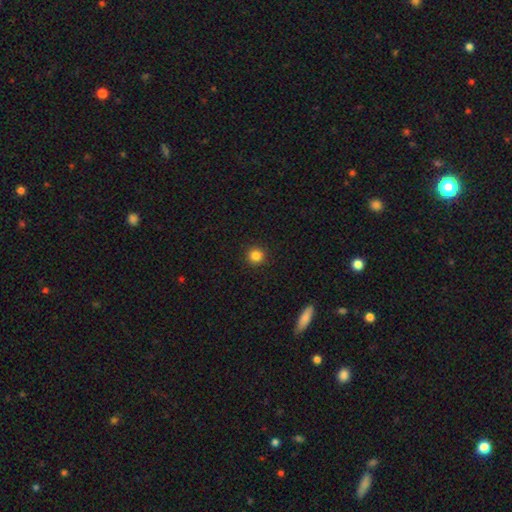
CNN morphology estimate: smooth 84%, star or artifact 12%, featured or disk 4%. Down the decision tree: how rounded — round (95%); merging — none (93%).